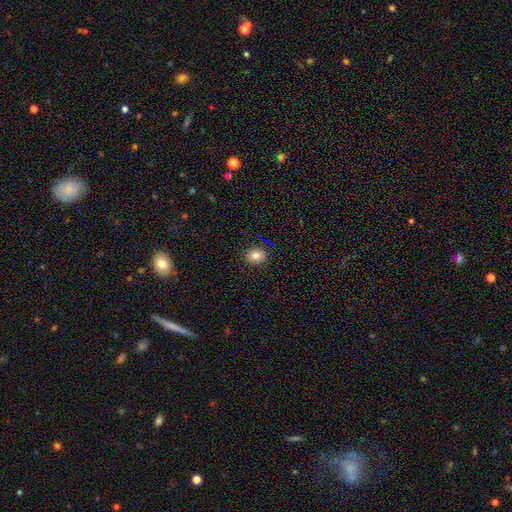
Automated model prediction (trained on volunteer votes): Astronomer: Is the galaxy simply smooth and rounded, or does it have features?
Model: smooth — 79%.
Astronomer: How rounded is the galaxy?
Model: round — 61% (runner-up: in between, 38%).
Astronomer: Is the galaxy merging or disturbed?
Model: none — 88%.